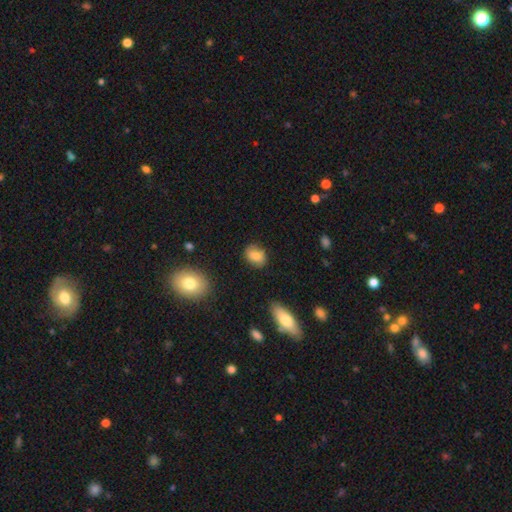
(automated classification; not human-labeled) Smooth or featured: smooth — 81% (featured or disk — 10%)
How rounded: in between — 56% (round — 42%)
Merging: none — 79% (minor disturbance — 15%)